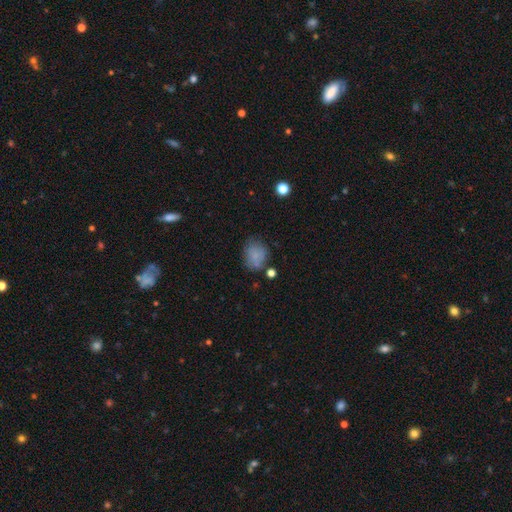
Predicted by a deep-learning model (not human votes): This appears to be a smooth galaxy with no disk features (76%) that is round (54%). Merging: none (58%).